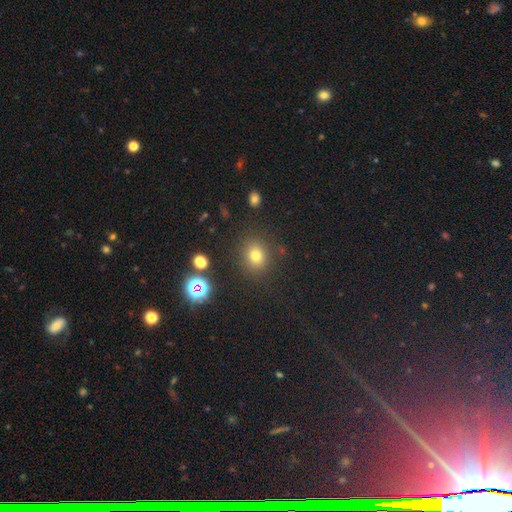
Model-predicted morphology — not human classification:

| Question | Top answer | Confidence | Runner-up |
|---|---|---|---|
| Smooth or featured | smooth | 74% | star or artifact (19%) |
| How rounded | round | 76% | in between (23%) |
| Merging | none | 85% | minor disturbance (9%) |